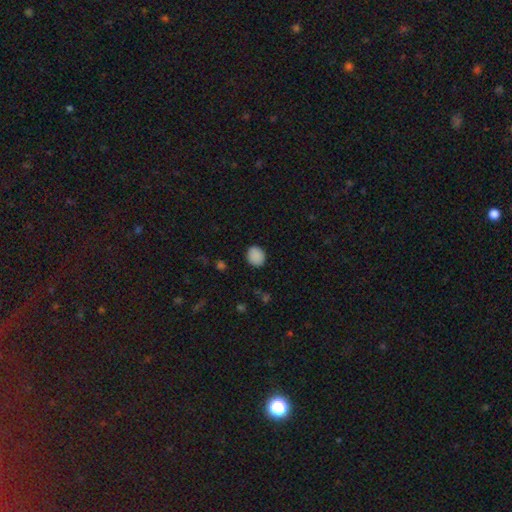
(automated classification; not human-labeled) smooth-or-featured: smooth: 88% | star or artifact: 9% | featured or disk: 3%
  how-rounded: round: 69% | in between: 30% | cigar-shaped: 1%
  merging: none: 87% | minor disturbance: 10% | major disturbance: 2% | merger: 1%